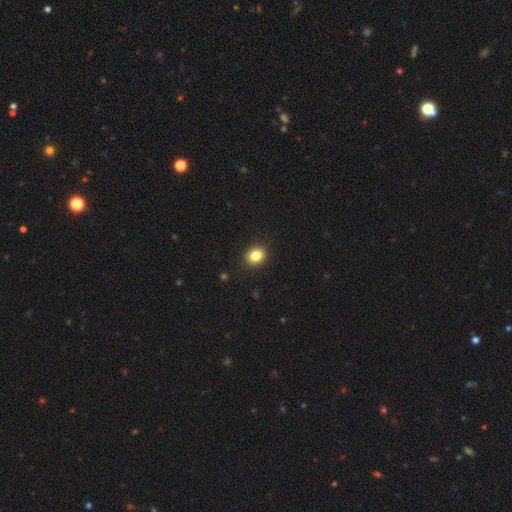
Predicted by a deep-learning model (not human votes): Q: Smooth or featured?
A: smooth (85%); runner-up: star or artifact (10%)
Q: How rounded?
A: in between (56%); runner-up: round (44%)
Q: Merging?
A: none (90%); runner-up: minor disturbance (7%)